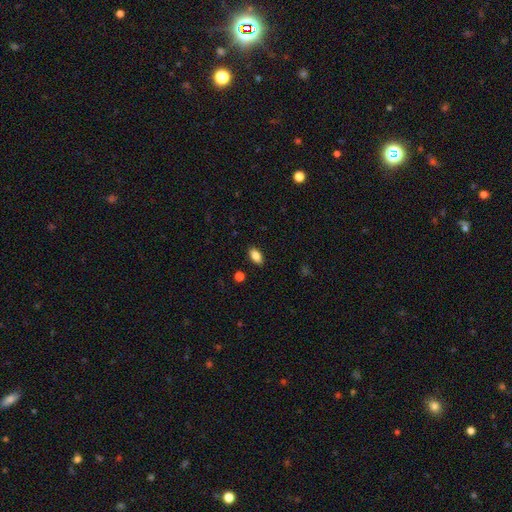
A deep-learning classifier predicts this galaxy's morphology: smooth 85%, star or artifact 8%, featured or disk 7%. Down the decision tree: how rounded — in between (90%); merging — none (88%).